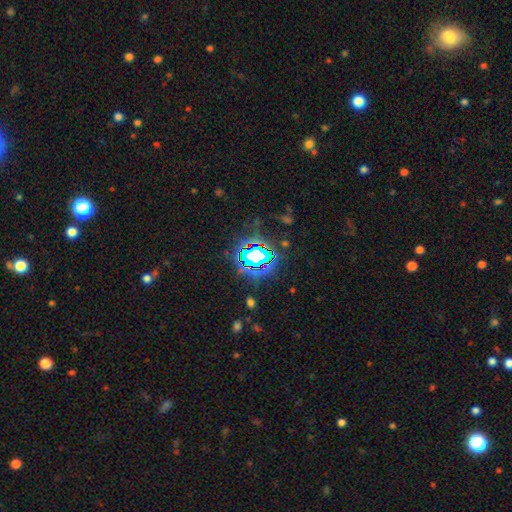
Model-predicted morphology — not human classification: Smooth or featured: star or artifact — 73% (smooth — 15%)